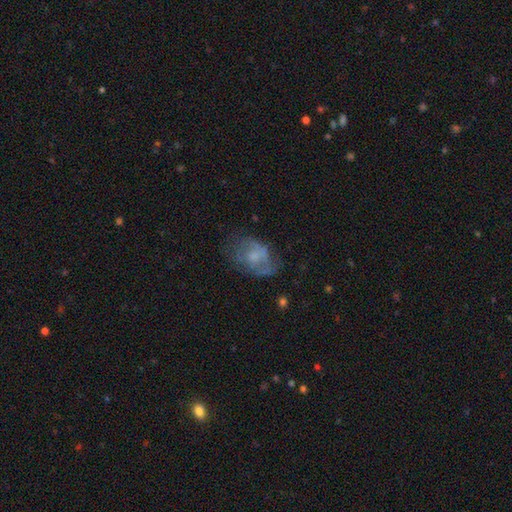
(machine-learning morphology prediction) smooth_or_featured: featured or disk (p=0.48) [alt: smooth p=0.42]
merging: none (p=0.44) [alt: minor disturbance p=0.27]